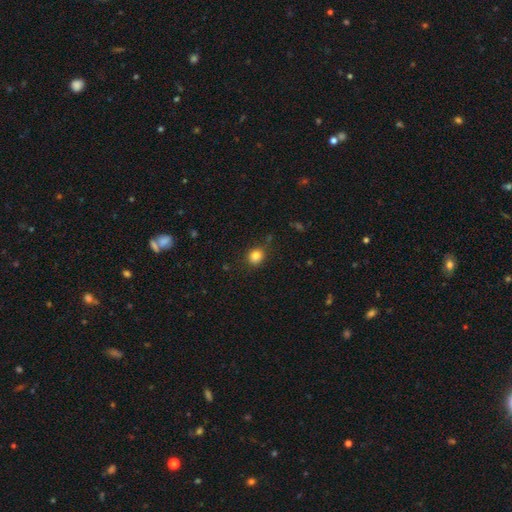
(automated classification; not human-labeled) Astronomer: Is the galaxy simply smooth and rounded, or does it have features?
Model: smooth — 84%.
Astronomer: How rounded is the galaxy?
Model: round — 73%.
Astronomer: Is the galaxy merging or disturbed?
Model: none — 83%.